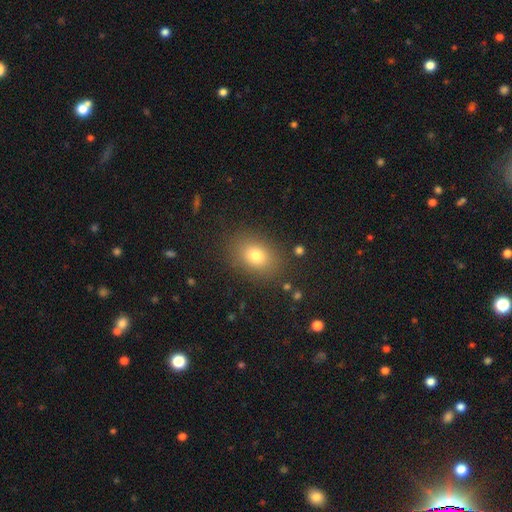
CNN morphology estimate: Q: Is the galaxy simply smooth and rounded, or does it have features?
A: smooth — 77%.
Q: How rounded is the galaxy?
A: in between — 68%.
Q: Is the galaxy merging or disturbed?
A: none — 85%.